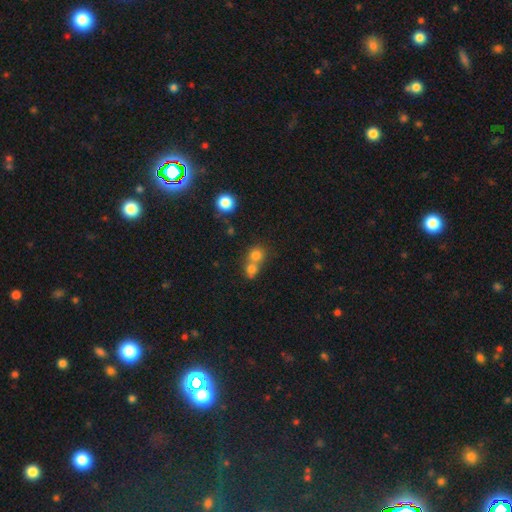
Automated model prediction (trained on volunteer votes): A smooth galaxy with no disk features (75%) that is round (82%).

Vote fractions:
- Smooth or featured? smooth: 75% / star or artifact: 14% / featured or disk: 11%
- How rounded? round: 82% / in between: 17% / cigar-shaped: 1%
- Merging? merger: 56% / none: 36% / minor disturbance: 5% / major disturbance: 3%